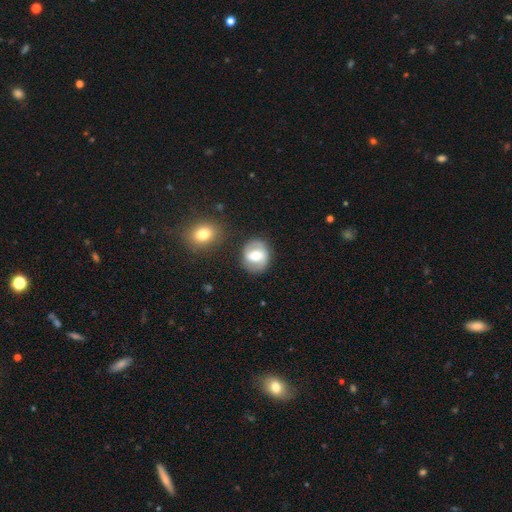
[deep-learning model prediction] This is possibly a featured or disk galaxy (49%). Merging: likely none (79%).